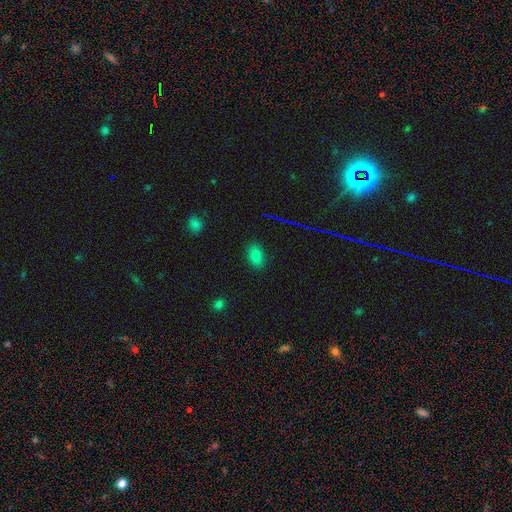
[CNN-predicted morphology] This appears to be a smooth galaxy with no disk features (78%) that is in between round and cigar-shaped (89%). Merging: none (86%).